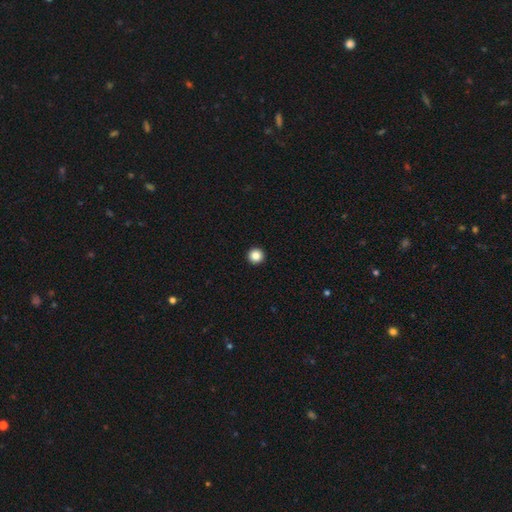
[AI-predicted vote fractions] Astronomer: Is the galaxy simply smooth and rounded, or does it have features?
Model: smooth — 86%.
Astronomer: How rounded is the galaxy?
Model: round — 97%.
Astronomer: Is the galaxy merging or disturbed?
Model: none — 95%.